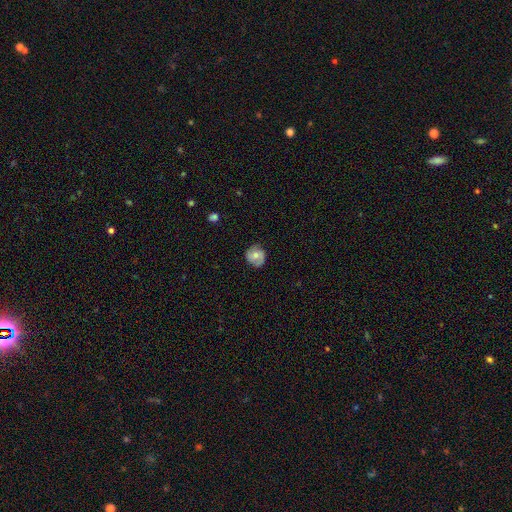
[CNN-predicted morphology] smooth 51%, featured or disk 41%, star or artifact 8%. Down the decision tree: how rounded — round (81%); merging — none (74%).